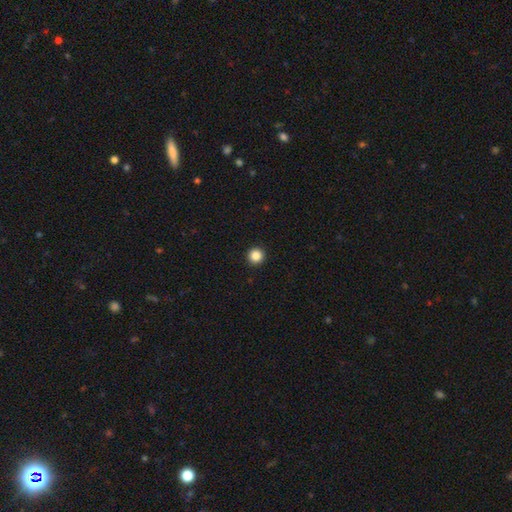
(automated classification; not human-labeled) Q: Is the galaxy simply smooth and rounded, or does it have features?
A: smooth — 86%.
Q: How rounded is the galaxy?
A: round — 96%.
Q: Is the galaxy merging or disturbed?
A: none — 94%.